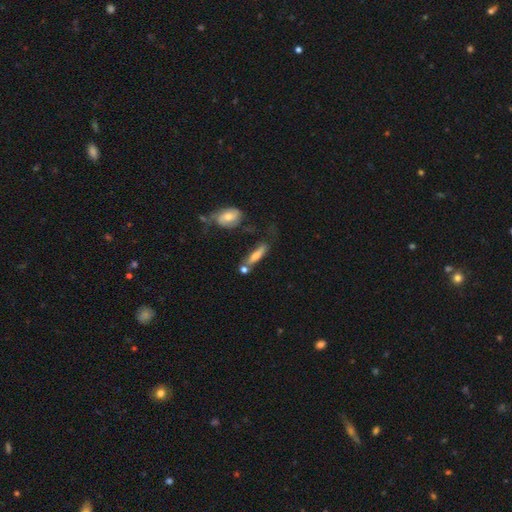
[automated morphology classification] This appears to be a smooth galaxy with no disk features (53%) that is cigar-shaped (68%). Merging: none (47%).